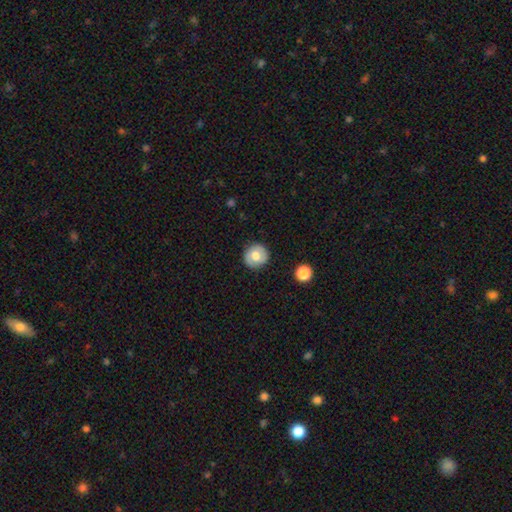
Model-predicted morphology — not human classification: Smooth or featured?
  - smooth: 62% *
  - featured or disk: 29%
  - star or artifact: 8%
How rounded?
  - round: 91% *
  - in between: 8%
  - cigar-shaped: 1%
Merging?
  - none: 87% *
  - minor disturbance: 9%
  - major disturbance: 3%
  - merger: 1%